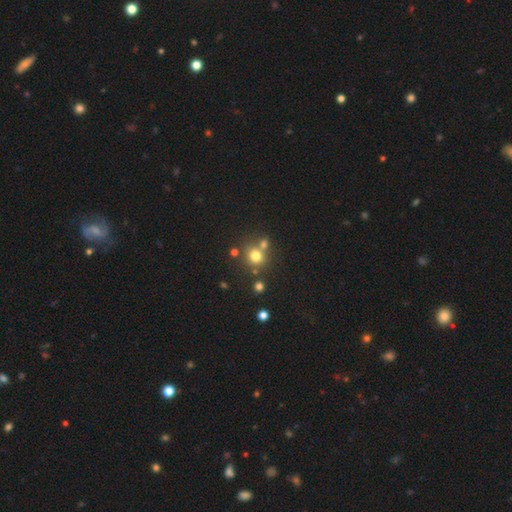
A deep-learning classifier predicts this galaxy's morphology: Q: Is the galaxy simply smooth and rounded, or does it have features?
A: smooth — 73%.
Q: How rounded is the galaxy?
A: round — 84%.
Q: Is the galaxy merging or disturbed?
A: none — 61%.